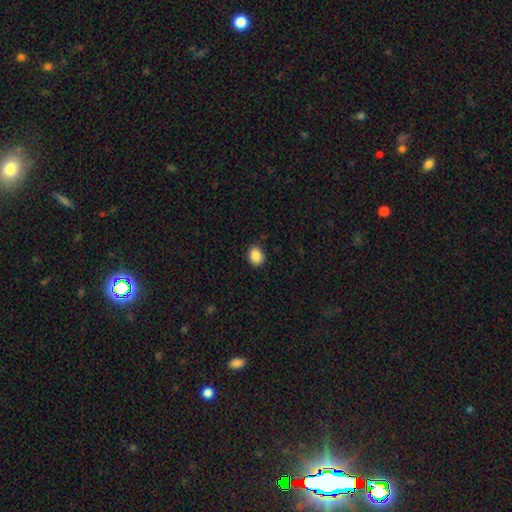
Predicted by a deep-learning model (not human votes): Smooth or featured? Predicted: smooth (p=0.88). How rounded? Predicted: in between (p=0.55). Merging? Predicted: none (p=0.86).